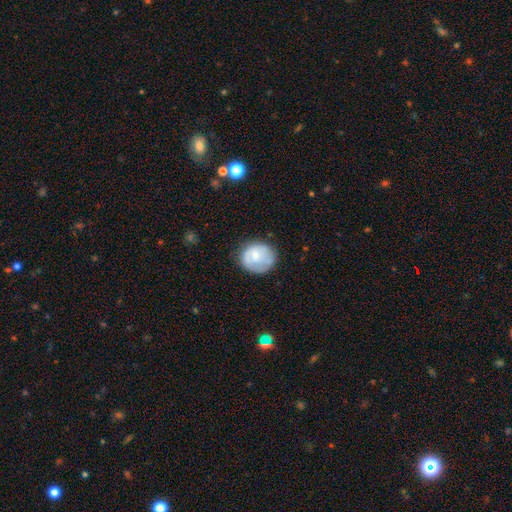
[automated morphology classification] Smooth or featured? Predicted: smooth (p=0.61). How rounded? Predicted: round (p=0.75). Merging? Predicted: none (p=0.65).